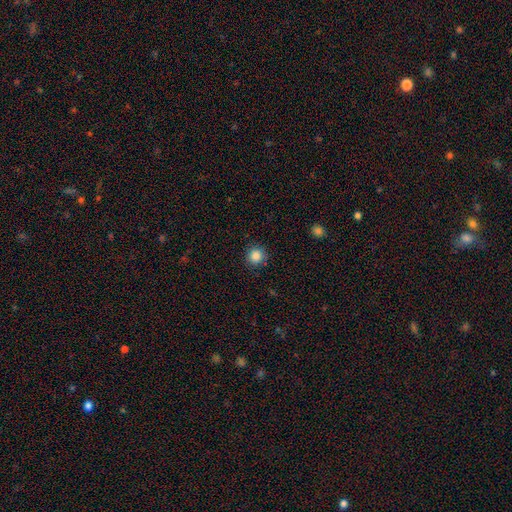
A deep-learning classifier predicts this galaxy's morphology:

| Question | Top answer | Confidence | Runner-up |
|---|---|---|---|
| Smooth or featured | smooth | 86% | star or artifact (10%) |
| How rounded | round | 93% | in between (6%) |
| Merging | none | 90% | minor disturbance (7%) |